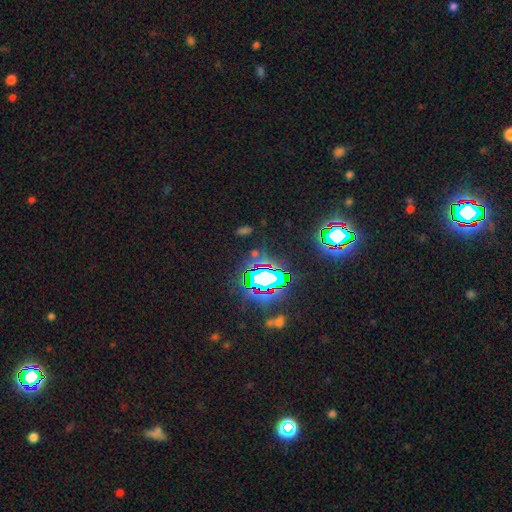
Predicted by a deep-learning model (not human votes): smooth-or-featured: star or artifact: 74% | smooth: 15% | featured or disk: 11%